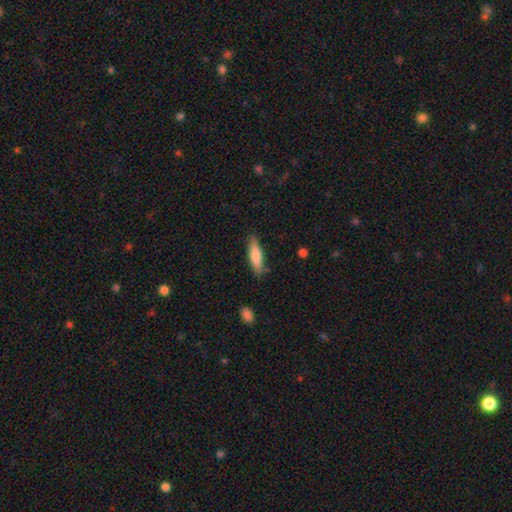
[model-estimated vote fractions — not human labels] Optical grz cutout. It shows a smooth galaxy with no disk features (76%) that is cigar-shaped (65%). Merging: none (82%).